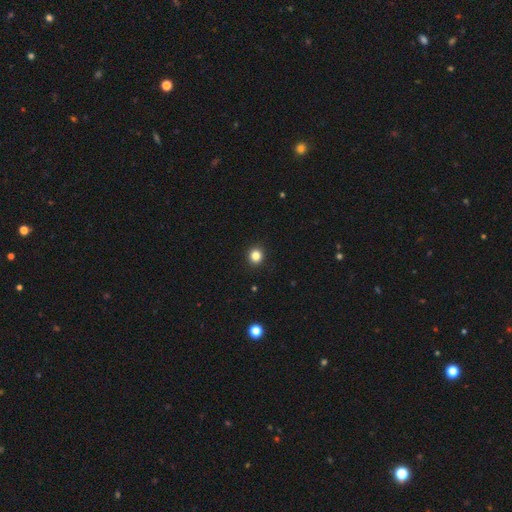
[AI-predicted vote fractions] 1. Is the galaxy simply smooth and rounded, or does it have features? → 83% smooth, 13% star or artifact, 4% featured or disk.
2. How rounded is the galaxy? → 89% round, 10% in between, 1% cigar-shaped.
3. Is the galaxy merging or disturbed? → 93% none, 5% minor disturbance, 2% major disturbance, 1% merger.